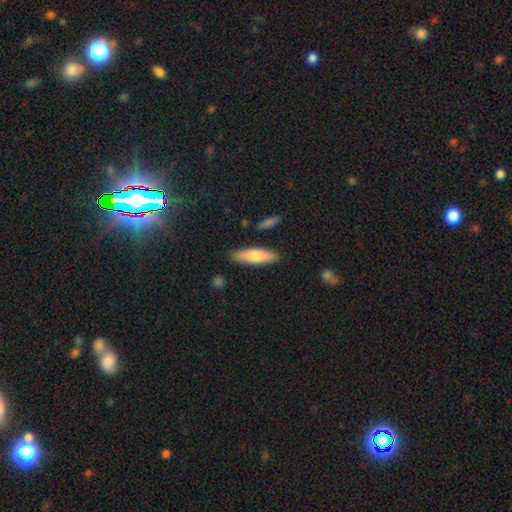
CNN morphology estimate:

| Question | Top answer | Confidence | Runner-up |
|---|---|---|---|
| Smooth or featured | smooth | 70% | featured or disk (24%) |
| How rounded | cigar-shaped | 55% | in between (43%) |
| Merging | none | 88% | minor disturbance (9%) |